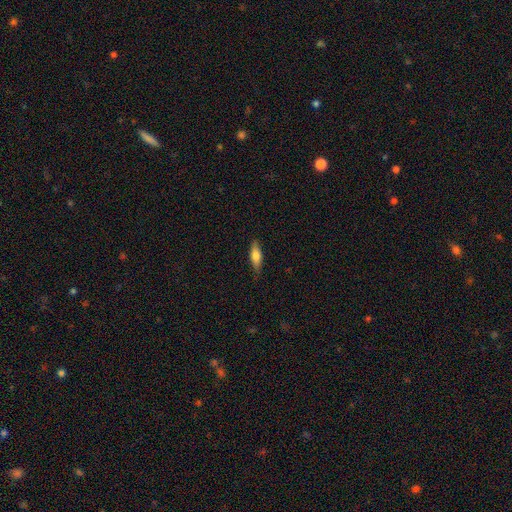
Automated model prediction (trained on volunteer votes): Overall: smooth (64%; featured or disk 30%). How rounded: in between (49%; cigar-shaped 48%). Merging: none (85%).